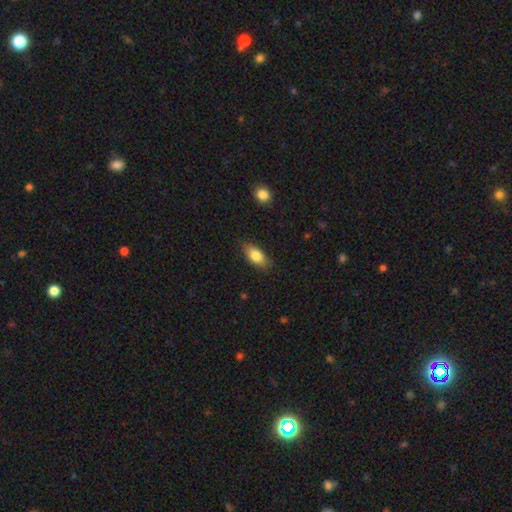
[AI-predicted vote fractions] The model was most divided on "smooth or featured": smooth: 80%, featured or disk: 12%, star or artifact: 7%. More confident: how rounded — in between (86%); merging — none (84%).